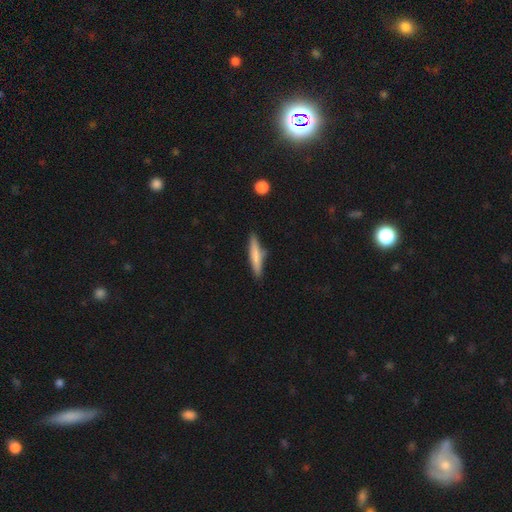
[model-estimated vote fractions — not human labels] Smooth or featured?
  - smooth: 71% *
  - featured or disk: 24%
  - star or artifact: 6%
How rounded?
  - cigar-shaped: 89% *
  - in between: 9%
  - round: 1%
Merging?
  - none: 83% *
  - minor disturbance: 12%
  - merger: 3%
  - major disturbance: 2%